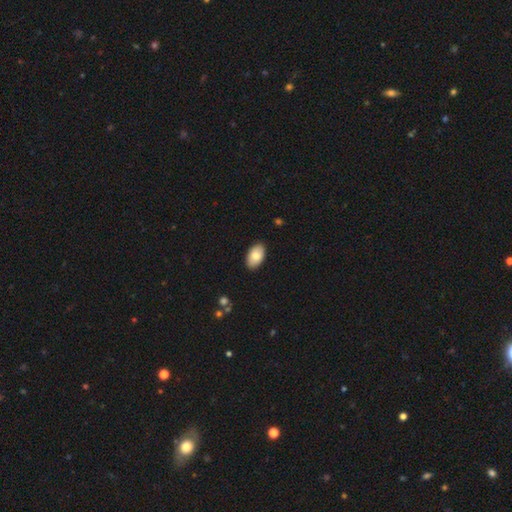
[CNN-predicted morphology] Smooth or featured?
  - smooth: 81% *
  - featured or disk: 13%
  - star or artifact: 6%
How rounded?
  - in between: 95% *
  - round: 4%
  - cigar-shaped: 1%
Merging?
  - none: 89% *
  - minor disturbance: 9%
  - major disturbance: 2%
  - merger: 1%